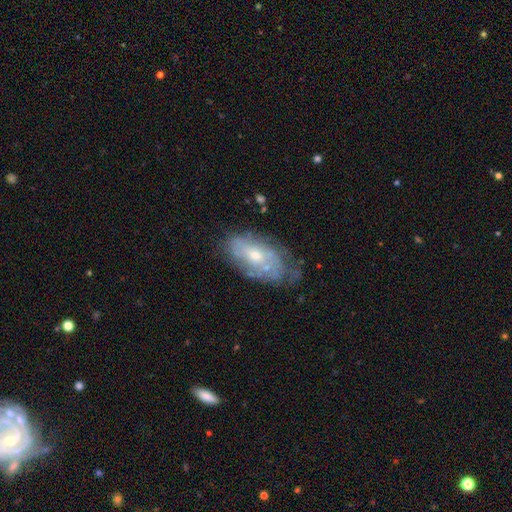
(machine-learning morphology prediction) Smooth or featured?
  - featured or disk: 63% *
  - smooth: 30%
  - star or artifact: 7%
Edge-on disk?
  - no: 92% *
  - yes: 8%
Bar?
  - no: 77% *
  - weak: 20%
  - strong: 3%
Spiral arms?
  - yes: 58% *
  - no: 42%
Bulge size?
  - moderate: 52% *
  - small: 43%
  - large: 3%
  - none: 2%
  - dominant: 1%
Merging?
  - none: 56% *
  - minor disturbance: 28%
  - major disturbance: 12%
  - merger: 4%